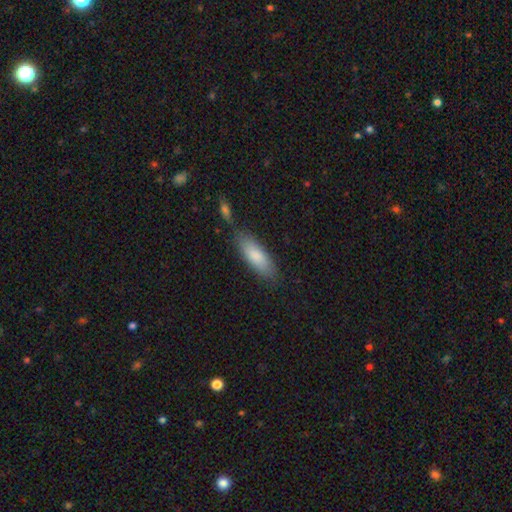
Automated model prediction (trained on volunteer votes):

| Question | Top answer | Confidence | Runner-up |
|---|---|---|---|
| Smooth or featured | smooth | 83% | featured or disk (11%) |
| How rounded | in between | 63% | cigar-shaped (35%) |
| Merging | none | 70% | minor disturbance (16%) |